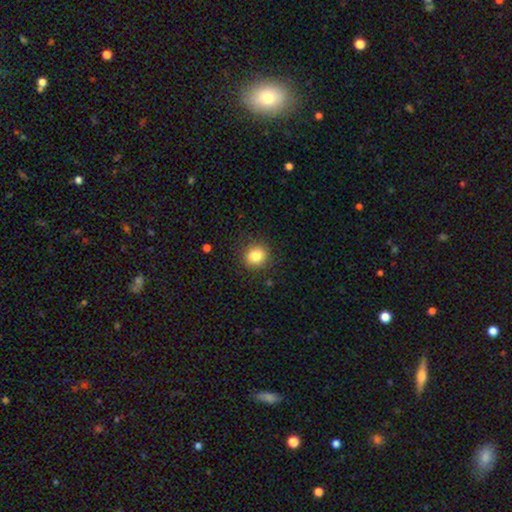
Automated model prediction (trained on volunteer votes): smooth-or-featured: smooth: 83% | star or artifact: 11% | featured or disk: 6%
  how-rounded: round: 85% | in between: 14% | cigar-shaped: 1%
  merging: none: 89% | minor disturbance: 8% | major disturbance: 2% | merger: 1%